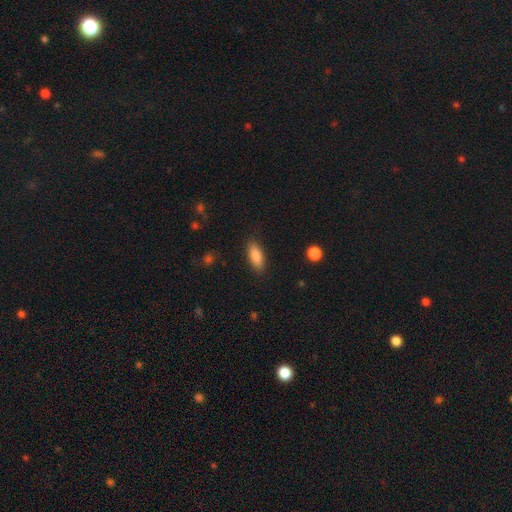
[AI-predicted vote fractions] Smooth or featured?
  - smooth: 85% *
  - featured or disk: 9%
  - star or artifact: 7%
How rounded?
  - in between: 75% *
  - cigar-shaped: 23%
  - round: 2%
Merging?
  - none: 87% *
  - minor disturbance: 9%
  - major disturbance: 2%
  - merger: 1%